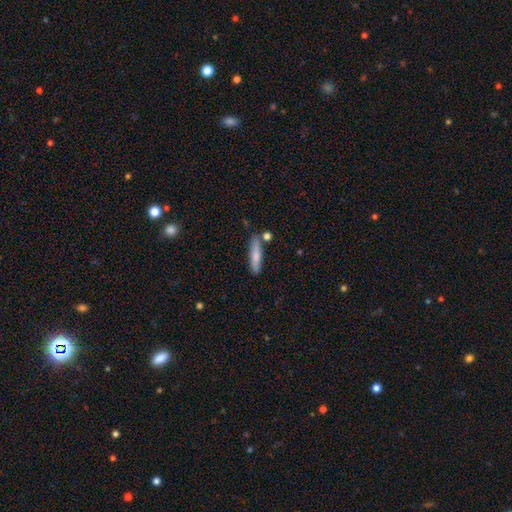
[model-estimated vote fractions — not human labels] A smooth galaxy with no disk features (74%) that is cigar-shaped (81%).

Vote fractions:
- Smooth or featured? smooth: 74% / featured or disk: 20% / star or artifact: 6%
- How rounded? cigar-shaped: 81% / in between: 17% / round: 2%
- Merging? none: 76% / minor disturbance: 13% / merger: 8% / major disturbance: 3%